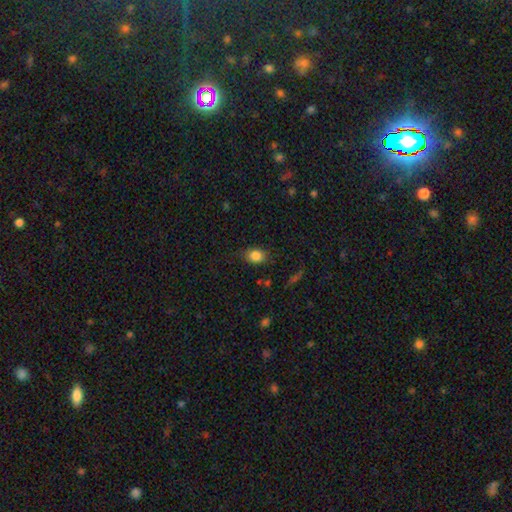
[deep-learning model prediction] smooth 84%, star or artifact 10%, featured or disk 6%. Down the decision tree: how rounded — in between (59%); merging — none (78%).